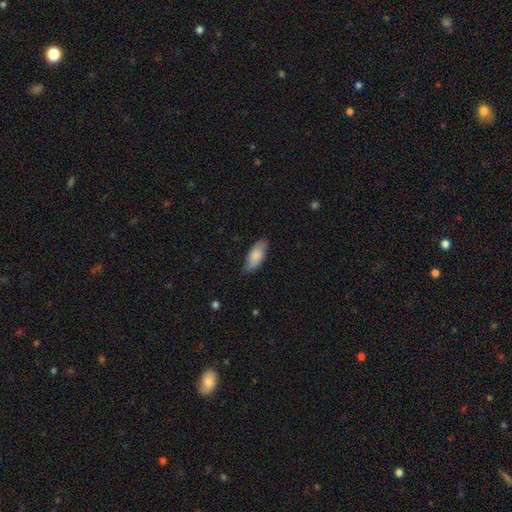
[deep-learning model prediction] Morphology: type=smooth (83%); roundness=in between (82%); merging=none (78%).